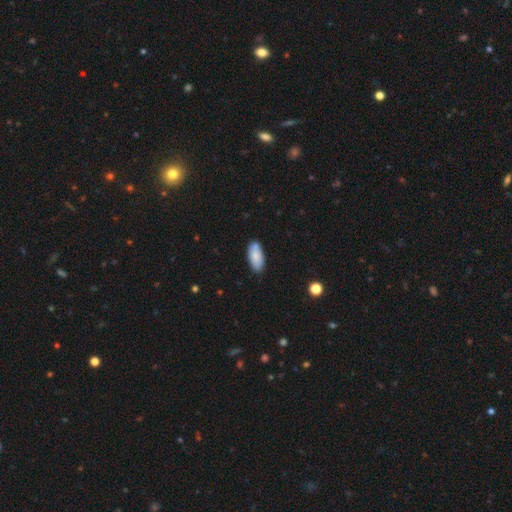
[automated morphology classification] Smooth or featured?
  - smooth: 80% *
  - featured or disk: 13%
  - star or artifact: 7%
How rounded?
  - in between: 89% *
  - cigar-shaped: 9%
  - round: 2%
Merging?
  - none: 73% *
  - minor disturbance: 17%
  - merger: 7%
  - major disturbance: 3%